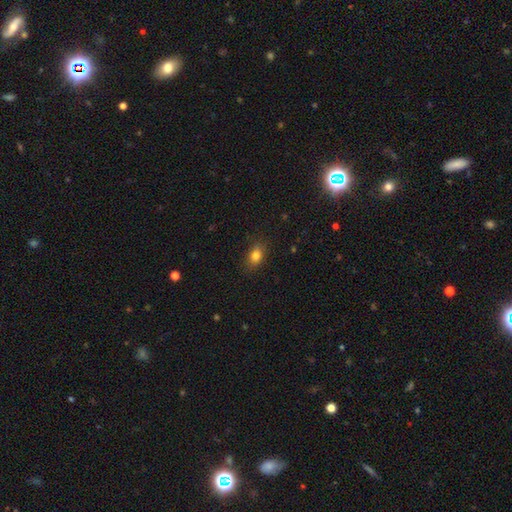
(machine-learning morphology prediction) Smooth or featured: smooth — 82% (star or artifact — 11%)
How rounded: in between — 77% (round — 21%)
Merging: none — 83% (minor disturbance — 13%)